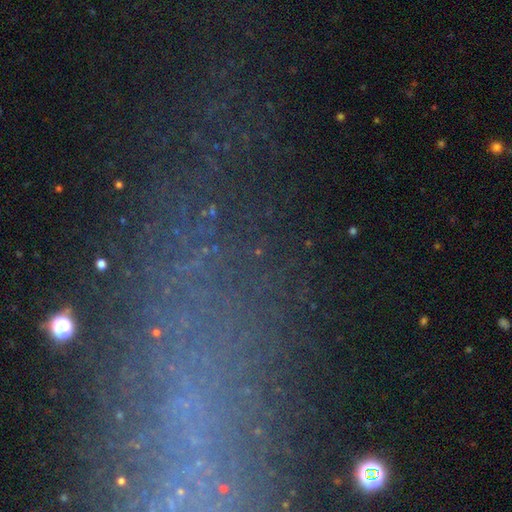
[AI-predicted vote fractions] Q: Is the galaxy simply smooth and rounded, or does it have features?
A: star or artifact — 54%.